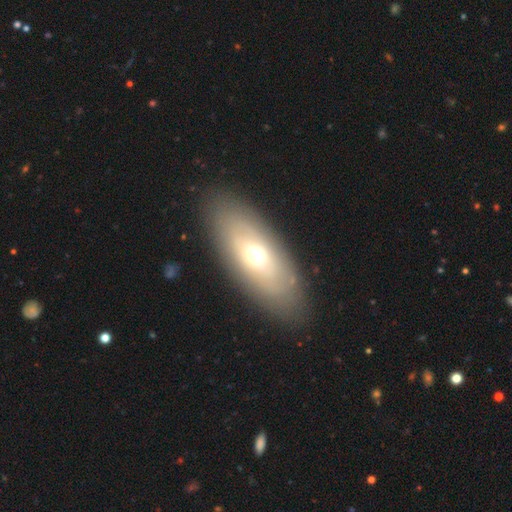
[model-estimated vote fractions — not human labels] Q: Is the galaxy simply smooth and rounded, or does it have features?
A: smooth — 54%.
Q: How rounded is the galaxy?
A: in between — 81%.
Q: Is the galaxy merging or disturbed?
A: none — 85%.